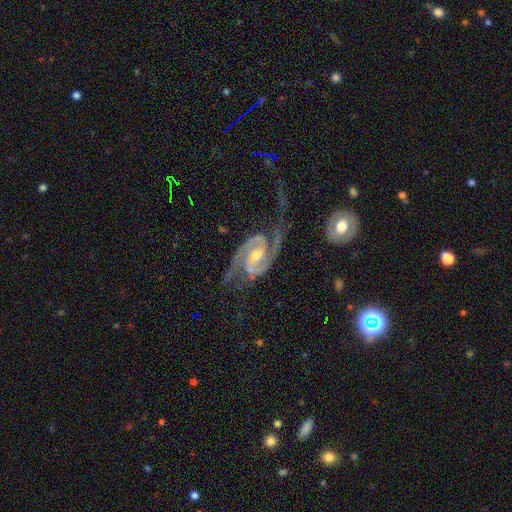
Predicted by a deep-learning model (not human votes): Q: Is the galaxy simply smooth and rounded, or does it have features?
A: featured or disk — 94%.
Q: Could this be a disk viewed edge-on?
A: no — 98%.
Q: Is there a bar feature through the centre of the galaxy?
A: weak — 47%.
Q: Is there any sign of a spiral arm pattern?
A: yes — 99%.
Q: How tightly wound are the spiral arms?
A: medium — 55%.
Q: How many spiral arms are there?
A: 2 — 93%.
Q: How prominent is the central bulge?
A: moderate — 53%.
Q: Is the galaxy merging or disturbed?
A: none — 57%.